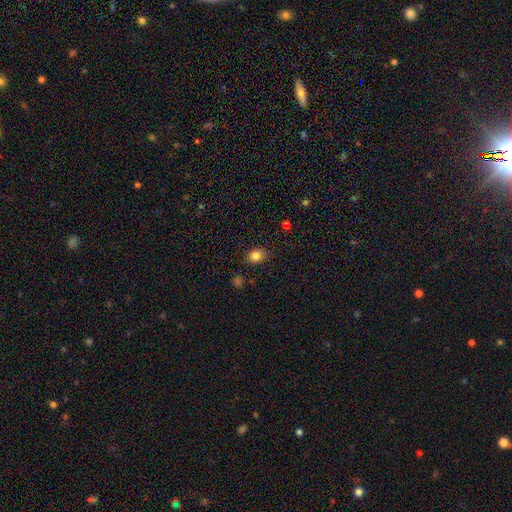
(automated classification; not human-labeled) smooth 83%, star or artifact 11%, featured or disk 6%. Down the decision tree: how rounded — in between (50%); merging — none (84%).